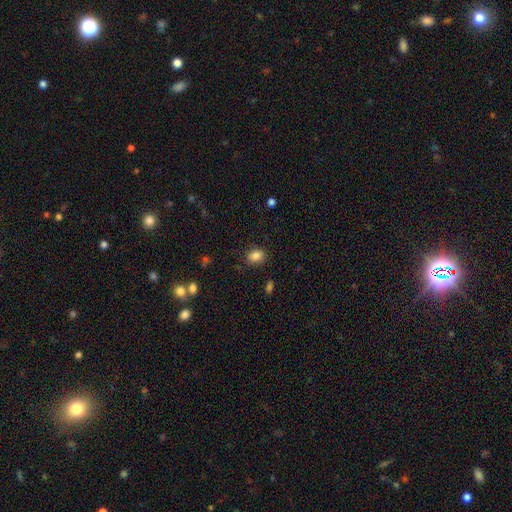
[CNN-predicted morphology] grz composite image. It shows a smooth galaxy with no disk features (85%) that is in between round and cigar-shaped (60%). Merging: none (85%).